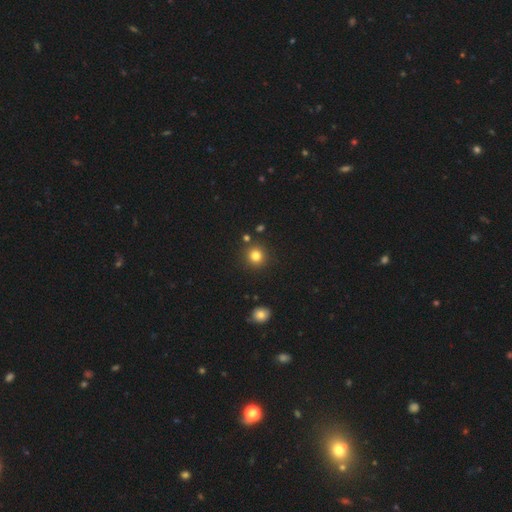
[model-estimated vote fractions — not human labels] Q: Smooth or featured?
A: smooth (82%); runner-up: star or artifact (13%)
Q: How rounded?
A: round (92%); runner-up: in between (7%)
Q: Merging?
A: none (87%); runner-up: minor disturbance (6%)